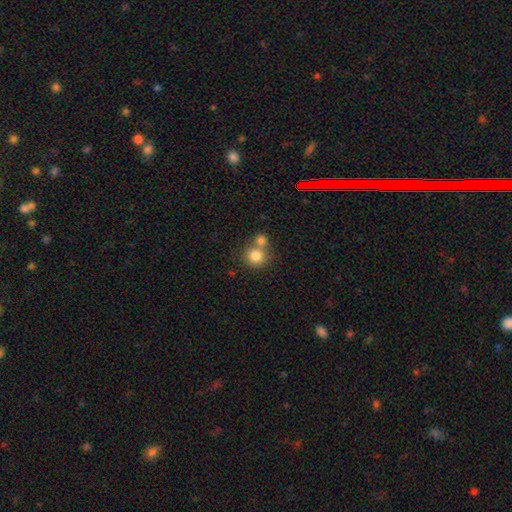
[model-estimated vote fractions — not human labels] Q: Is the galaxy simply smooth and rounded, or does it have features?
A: smooth — 81%.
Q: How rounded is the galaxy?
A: round — 90%.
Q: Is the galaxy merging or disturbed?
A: none — 51%.